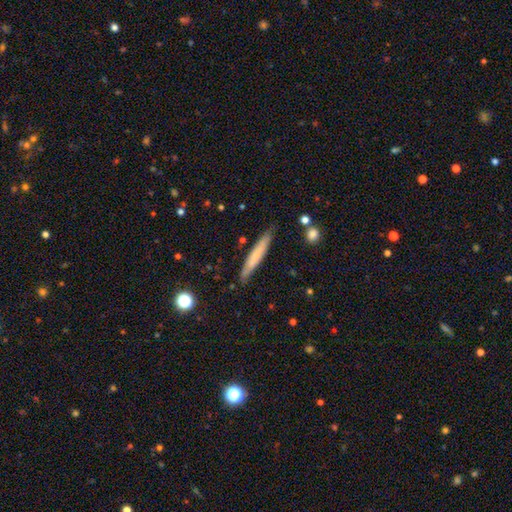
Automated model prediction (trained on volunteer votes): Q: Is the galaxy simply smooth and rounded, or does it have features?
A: smooth — 64%.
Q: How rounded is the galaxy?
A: cigar-shaped — 94%.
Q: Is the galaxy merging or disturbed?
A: none — 86%.